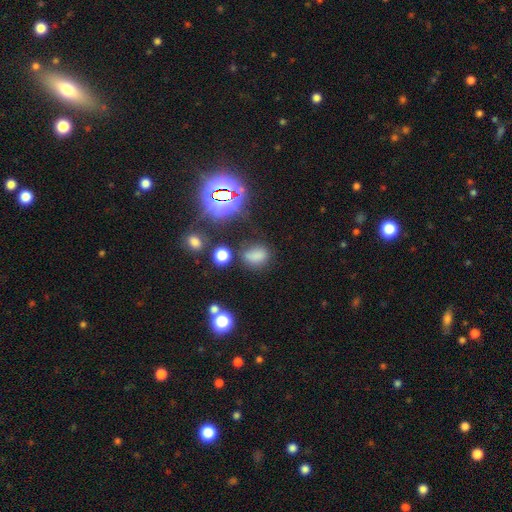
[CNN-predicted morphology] smooth 71%, star or artifact 21%, featured or disk 8%. Down the decision tree: how rounded — in between (65%); merging — none (68%).